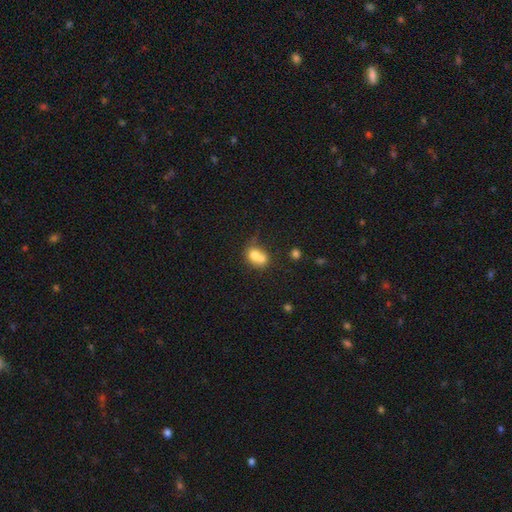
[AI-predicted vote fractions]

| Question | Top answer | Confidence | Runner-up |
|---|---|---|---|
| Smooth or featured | smooth | 69% | featured or disk (21%) |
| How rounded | round | 59% | in between (40%) |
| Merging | merger | 63% | none (23%) |